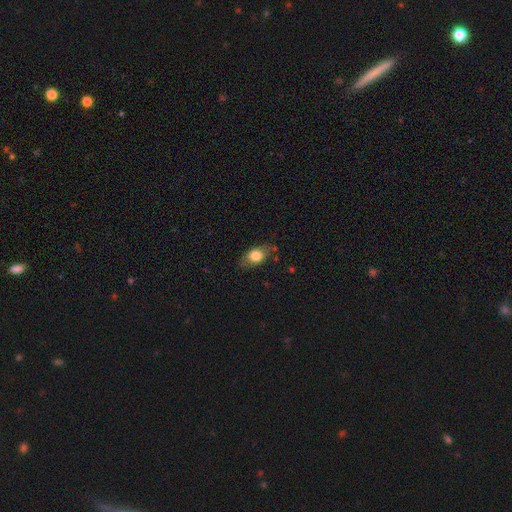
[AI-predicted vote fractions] smooth_or_featured: smooth (p=0.72) [alt: featured or disk p=0.20]
how_rounded: in between (p=0.81) [alt: round p=0.14]
merging: none (p=0.73) [alt: minor disturbance p=0.20]